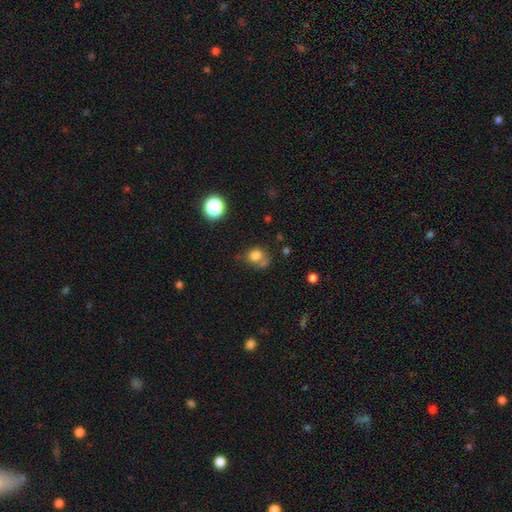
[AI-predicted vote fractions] Smooth or featured?
  - smooth: 77% *
  - star or artifact: 13%
  - featured or disk: 10%
How rounded?
  - round: 66% *
  - in between: 33%
  - cigar-shaped: 1%
Merging?
  - none: 47% *
  - merger: 22%
  - minor disturbance: 20%
  - major disturbance: 11%